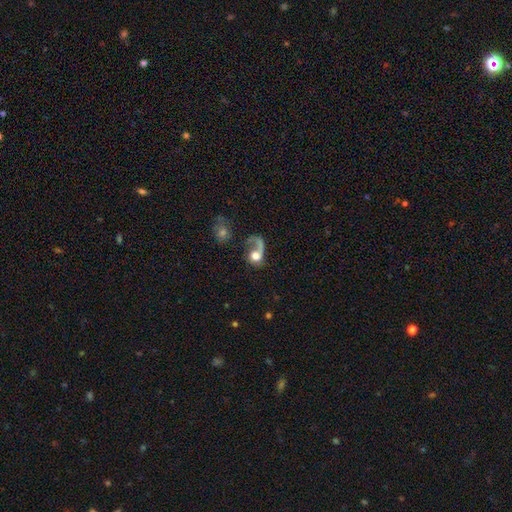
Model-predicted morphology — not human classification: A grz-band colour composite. It shows a featured or disk galaxy (48%). Merging: major disturbance (47%).